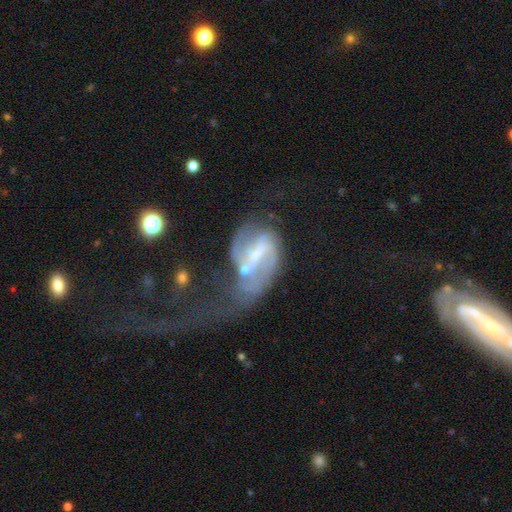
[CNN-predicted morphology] This is likely a featured or disk galaxy (79%). It is clearly not viewed edge-on (96%). Bar: possibly strong (49%). Spiral arm pattern: clearly yes (83%). Spiral arm count: likely 2 (69%). Spiral winding: possibly loose (51%). Central bulge: possibly small (58%). Merging: marginally major disturbance (44%).